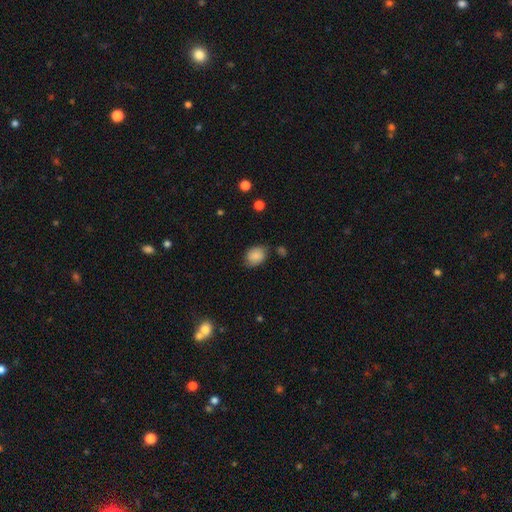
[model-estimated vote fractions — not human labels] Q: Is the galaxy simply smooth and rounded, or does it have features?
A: smooth — 84%.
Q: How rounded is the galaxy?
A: in between — 63%.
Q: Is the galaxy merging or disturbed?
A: none — 70%.